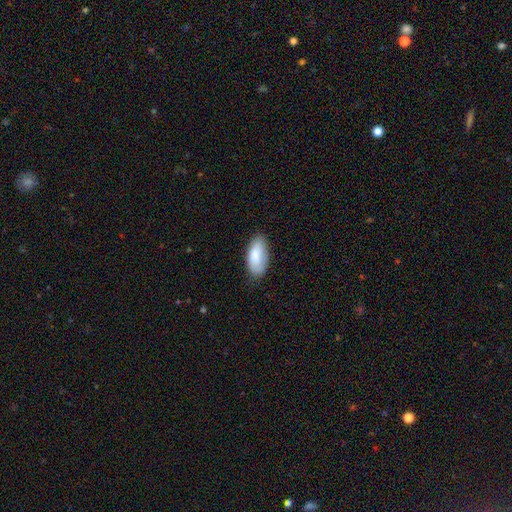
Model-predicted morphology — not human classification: A smooth galaxy with no disk features (79%) that is in between round and cigar-shaped (92%).

Vote fractions:
- Smooth or featured? smooth: 79% / featured or disk: 15% / star or artifact: 6%
- How rounded? in between: 92% / cigar-shaped: 6% / round: 2%
- Merging? none: 73% / minor disturbance: 21% / major disturbance: 4% / merger: 1%